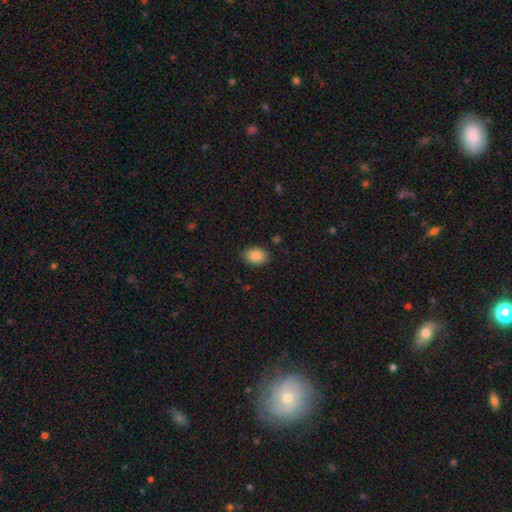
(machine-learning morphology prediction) smooth 88%, star or artifact 7%, featured or disk 4%. Down the decision tree: how rounded — in between (80%); merging — none (85%).